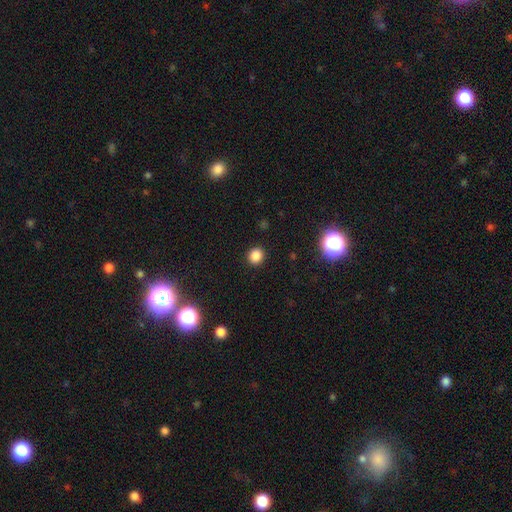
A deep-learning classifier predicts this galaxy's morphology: The model was most divided on "how rounded": round: 84%, in between: 15%, cigar-shaped: 1%. More confident: merging — none (91%); smooth or featured — smooth (83%).